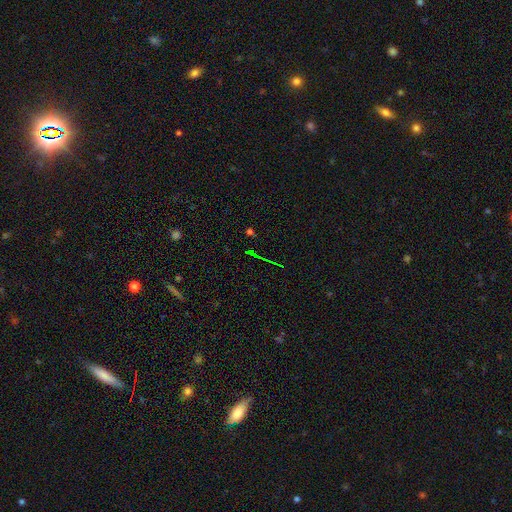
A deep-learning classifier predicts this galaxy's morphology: smooth_or_featured: star or artifact (p=0.71) [alt: smooth p=0.15]